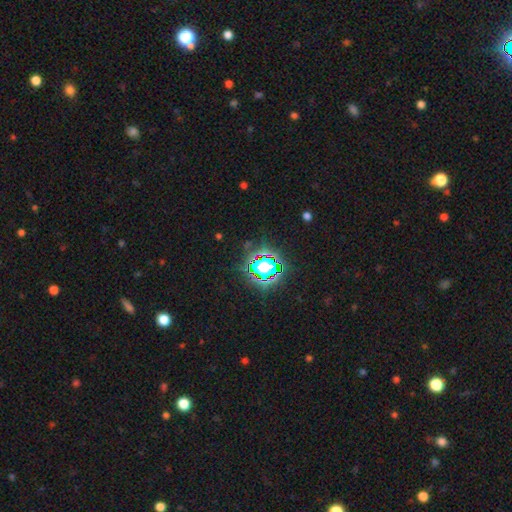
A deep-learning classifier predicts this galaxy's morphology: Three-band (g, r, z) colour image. It shows a star or artifact, not a galaxy (82%).